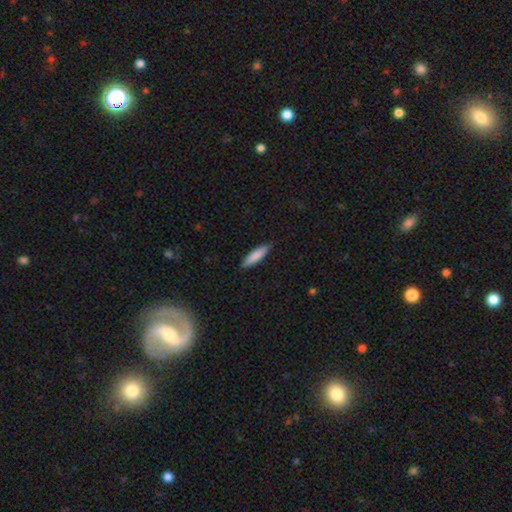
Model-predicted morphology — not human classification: Smooth or featured: smooth — 83% (featured or disk — 12%)
How rounded: cigar-shaped — 75% (in between — 24%)
Merging: none — 87% (minor disturbance — 10%)